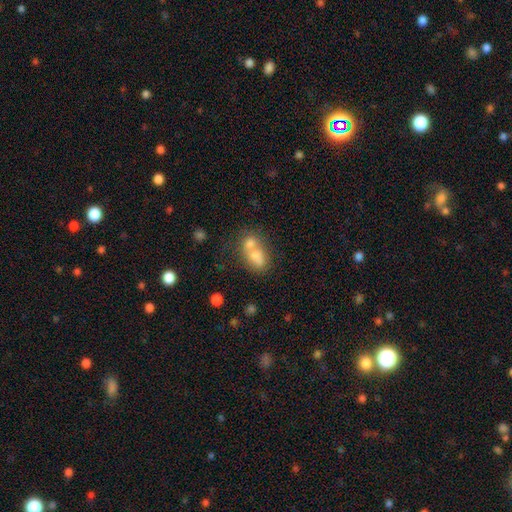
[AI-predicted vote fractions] This appears to be a smooth galaxy with no disk features (70%) that is in between round and cigar-shaped (70%). Merging: merger (61%).